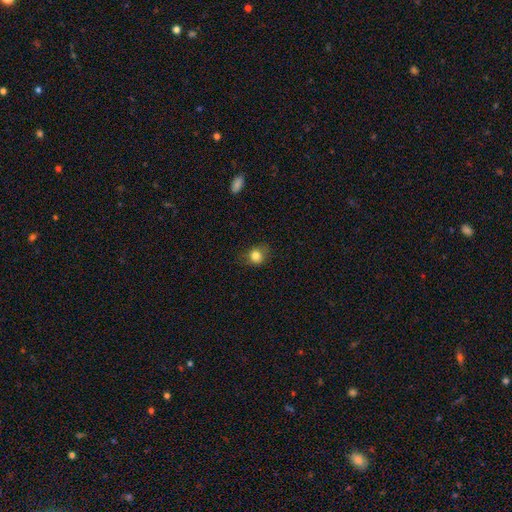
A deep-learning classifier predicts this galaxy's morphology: A smooth galaxy with no disk features (81%) that is round (76%). Merging: none (73%).